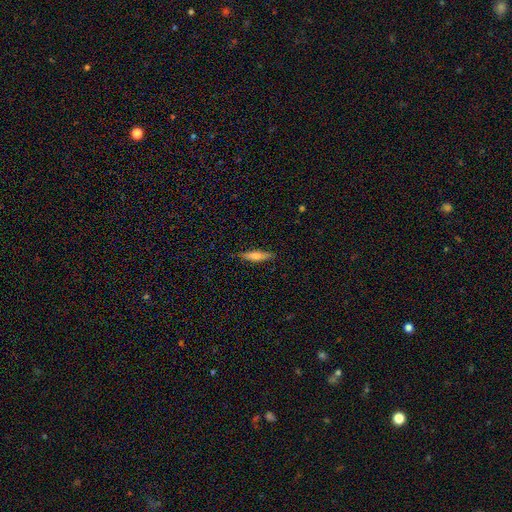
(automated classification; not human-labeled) This appears to be a smooth galaxy with no disk features (57%) that is cigar-shaped (78%). Merging: none (87%).